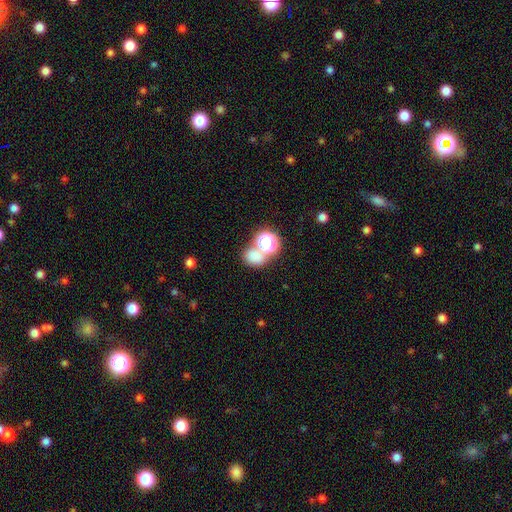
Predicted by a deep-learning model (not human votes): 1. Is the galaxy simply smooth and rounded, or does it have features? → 70% smooth, 22% star or artifact, 9% featured or disk.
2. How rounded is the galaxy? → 61% round, 38% in between, 1% cigar-shaped.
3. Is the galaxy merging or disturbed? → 49% none, 37% merger, 9% minor disturbance, 5% major disturbance.